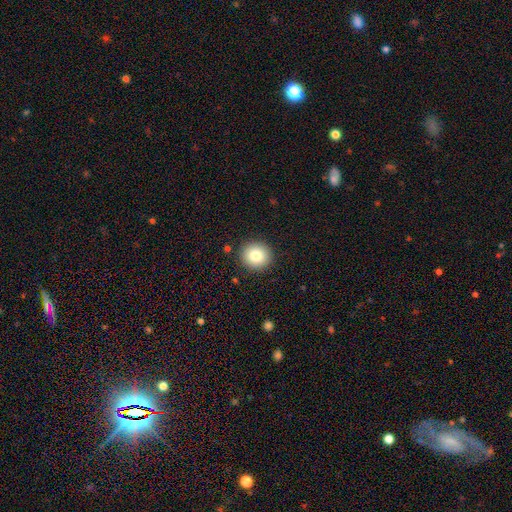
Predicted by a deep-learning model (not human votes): This appears to be a smooth galaxy with no disk features (82%) that is round (92%). Merging: none (91%).